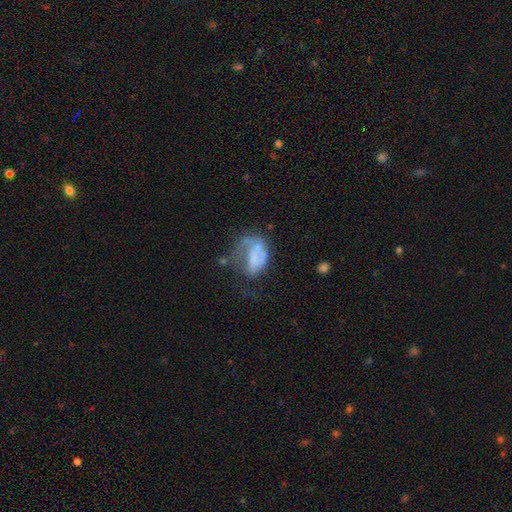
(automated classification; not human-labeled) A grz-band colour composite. It shows a featured or disk galaxy (50%). Merging: major disturbance (48%).